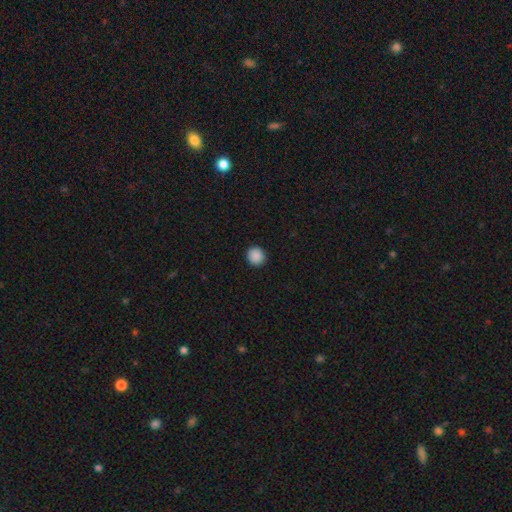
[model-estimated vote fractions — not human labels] Overall: smooth (89%). How rounded: round (91%). Merging: none (92%).